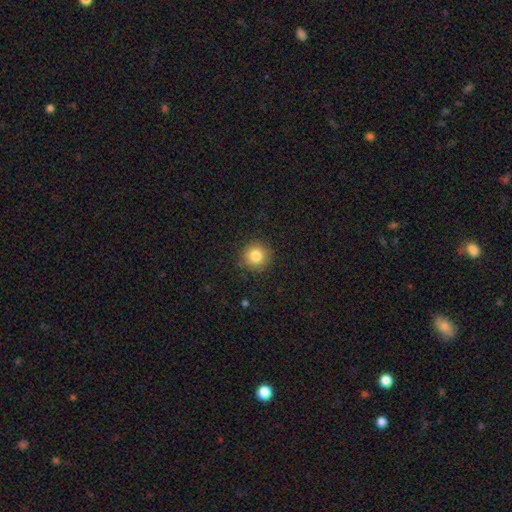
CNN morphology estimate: This is clearly a smooth galaxy (83%). How rounded: clearly round (94%). Merging: clearly none (89%).